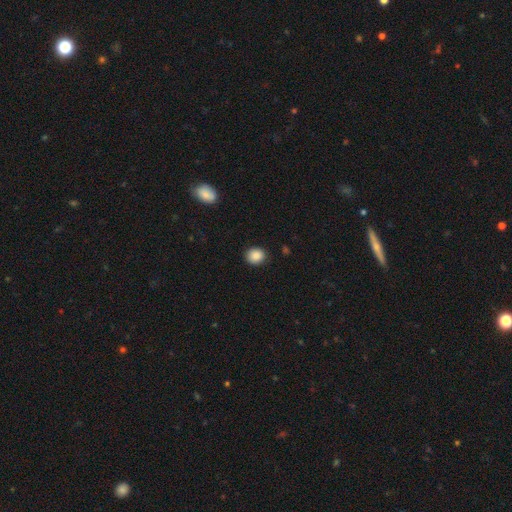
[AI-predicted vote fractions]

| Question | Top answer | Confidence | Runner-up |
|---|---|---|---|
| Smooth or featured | smooth | 87% | star or artifact (9%) |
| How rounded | round | 74% | in between (25%) |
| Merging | none | 89% | minor disturbance (8%) |